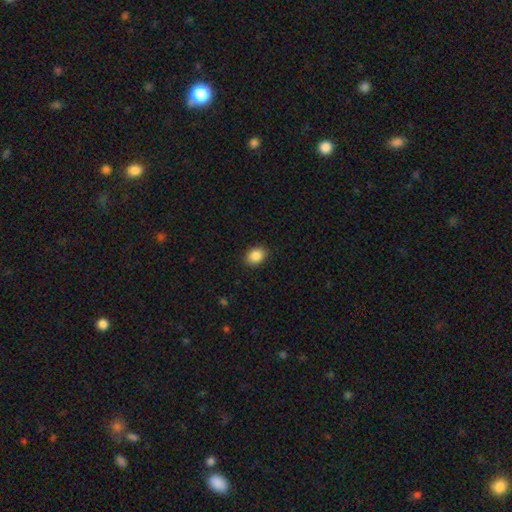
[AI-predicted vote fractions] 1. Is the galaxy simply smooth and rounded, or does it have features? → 88% smooth, 8% star or artifact, 4% featured or disk.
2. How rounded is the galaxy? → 65% in between, 34% round, 1% cigar-shaped.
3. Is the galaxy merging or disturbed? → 89% none, 8% minor disturbance, 2% major disturbance, 1% merger.